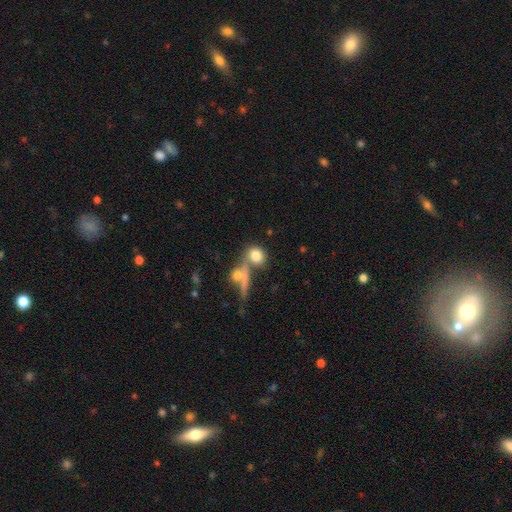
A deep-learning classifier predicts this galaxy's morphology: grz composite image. It shows a smooth galaxy with no disk features (77%) that is round (62%). Merging: none (51%).